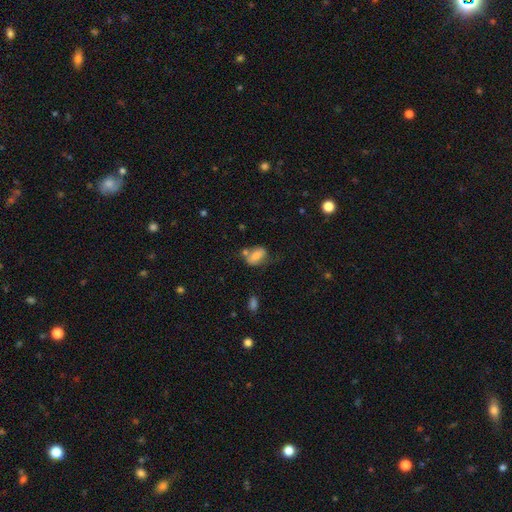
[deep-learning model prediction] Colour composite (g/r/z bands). It shows a smooth galaxy with no disk features (75%) that is in between round and cigar-shaped (86%). Merging: none (43%).